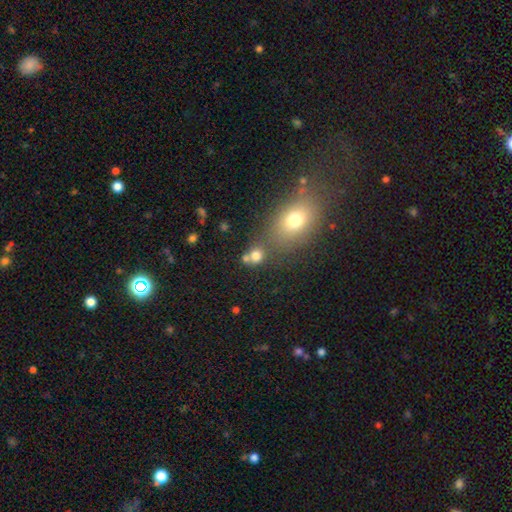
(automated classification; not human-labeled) This appears to be a smooth galaxy with no disk features (76%) that is round (72%). Merging: none (49%).